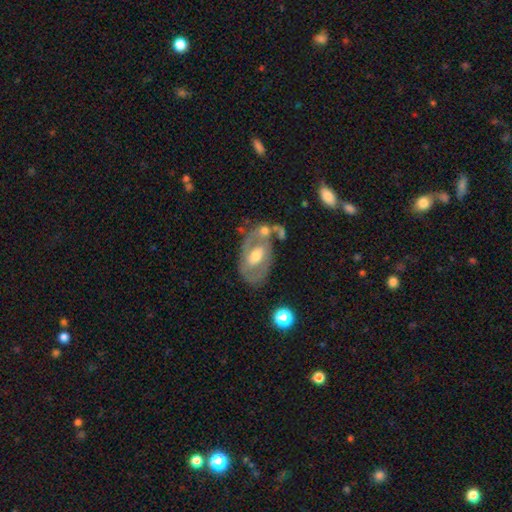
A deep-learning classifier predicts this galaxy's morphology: Overall: featured or disk (70%). Edge-on disk: no (94%). Bar: weak (44%; no 37%). Spiral arms: yes (64%; no 36%). Bulge size: moderate (68%). Merging: none (49%; minor disturbance 20%).